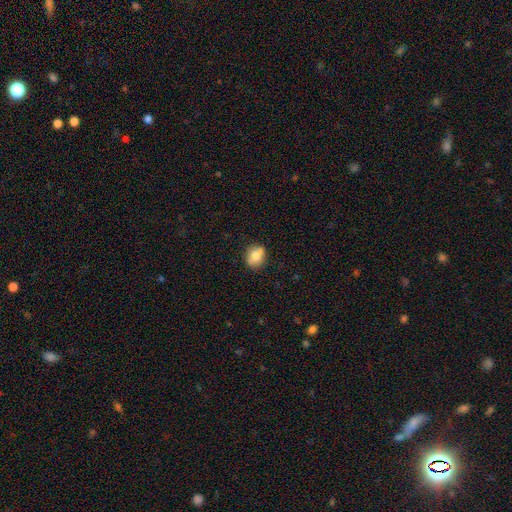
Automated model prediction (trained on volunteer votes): Smooth or featured? Predicted: smooth (p=0.70). How rounded? Predicted: round (p=0.62). Merging? Predicted: none (p=0.72).